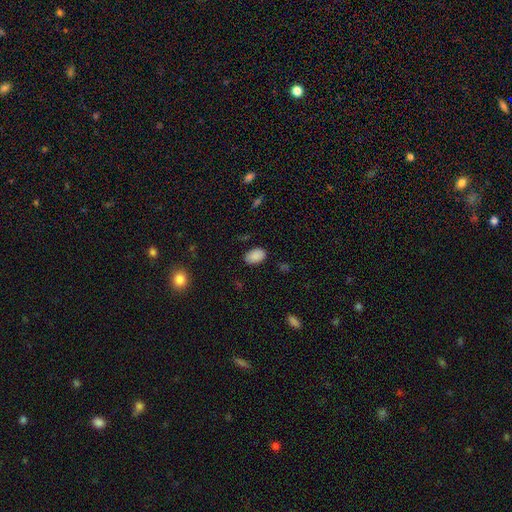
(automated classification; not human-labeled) Smooth or featured?
  - smooth: 88% *
  - star or artifact: 8%
  - featured or disk: 4%
How rounded?
  - in between: 90% *
  - round: 8%
  - cigar-shaped: 1%
Merging?
  - none: 83% *
  - minor disturbance: 13%
  - major disturbance: 3%
  - merger: 1%